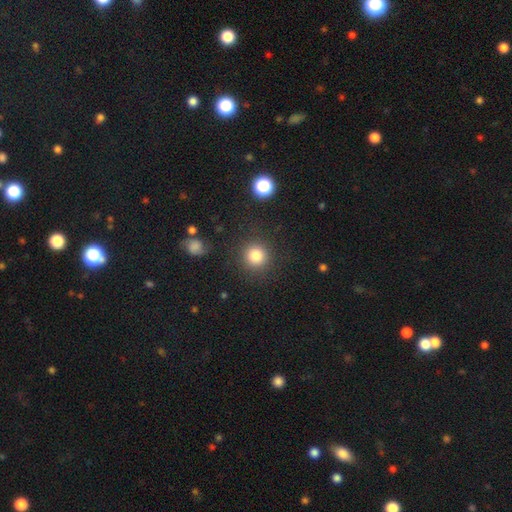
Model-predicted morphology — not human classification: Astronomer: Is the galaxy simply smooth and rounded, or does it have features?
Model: smooth — 83%.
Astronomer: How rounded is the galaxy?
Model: round — 93%.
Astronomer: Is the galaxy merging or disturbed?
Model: none — 87%.